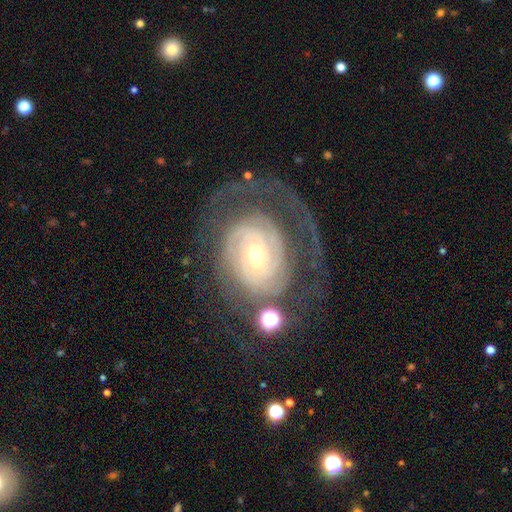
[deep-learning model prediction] This appears to be a featured or disk galaxy (88%) with no bar (66%), 2 (34%) tight (71%) spiral arms (96%) and a small central bulge (71%). Merging: none (56%).